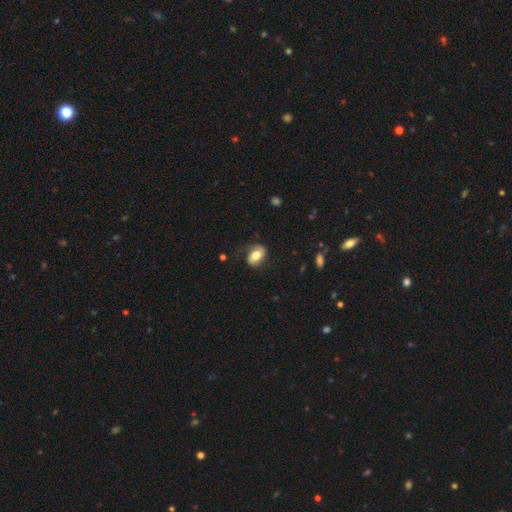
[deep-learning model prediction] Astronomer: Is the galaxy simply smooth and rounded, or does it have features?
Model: smooth — 57% (runner-up: featured or disk, 36%).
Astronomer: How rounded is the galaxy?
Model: in between — 82%.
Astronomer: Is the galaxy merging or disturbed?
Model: none — 62%.